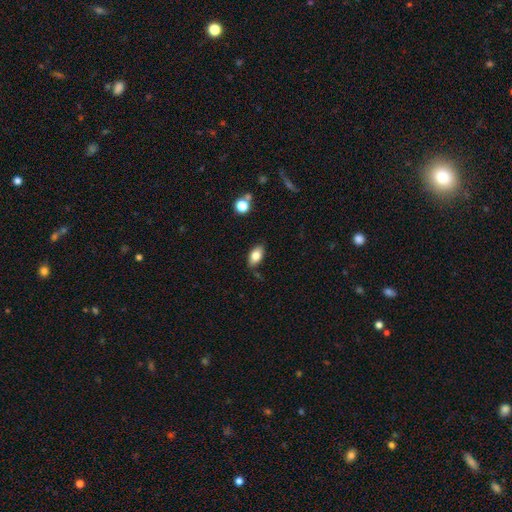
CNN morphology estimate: The model was most divided on "smooth or featured": smooth: 79%, featured or disk: 13%, star or artifact: 8%. More confident: how rounded — in between (89%); merging — none (81%).